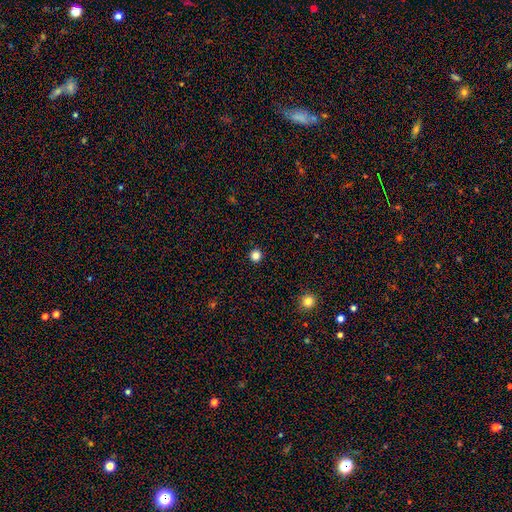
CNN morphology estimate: A smooth galaxy with no disk features (83%) that is round (95%). Merging: none (94%).